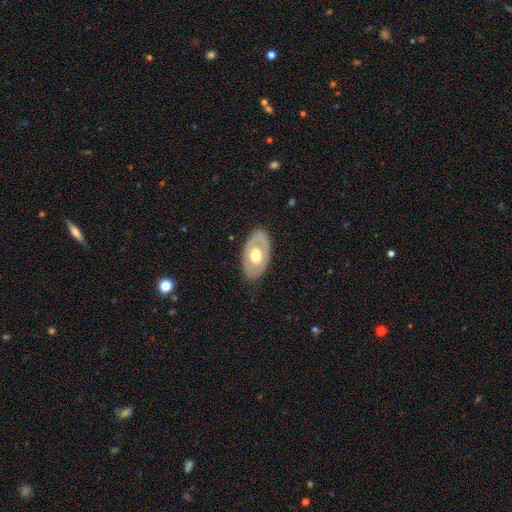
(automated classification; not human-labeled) smooth-or-featured: featured or disk: 53% | smooth: 42% | star or artifact: 5%
  disk-edge-on: no: 86% | yes: 14%
  merging: none: 83% | minor disturbance: 12% | major disturbance: 3% | merger: 1%